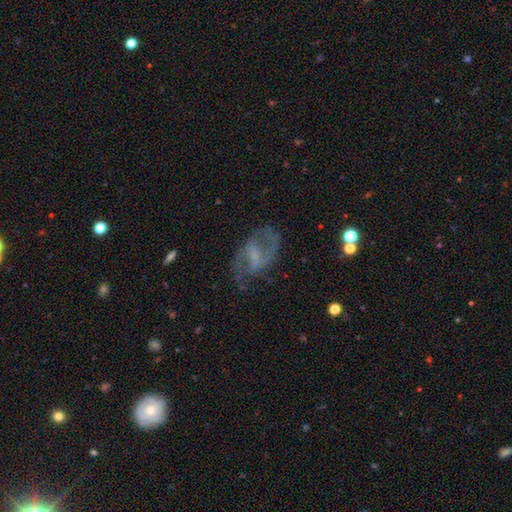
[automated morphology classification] The model was most divided on "bulge size": small: 40%, none: 39%, moderate: 18%, large: 3%, dominant: 1%. Remaining: edge-on disk — no (96%); spiral arms — yes (89%); spiral arm count — 2 (79%); smooth or featured — featured or disk (79%); merging — none (63%); bar — weak (51%); spiral winding — medium (49%).